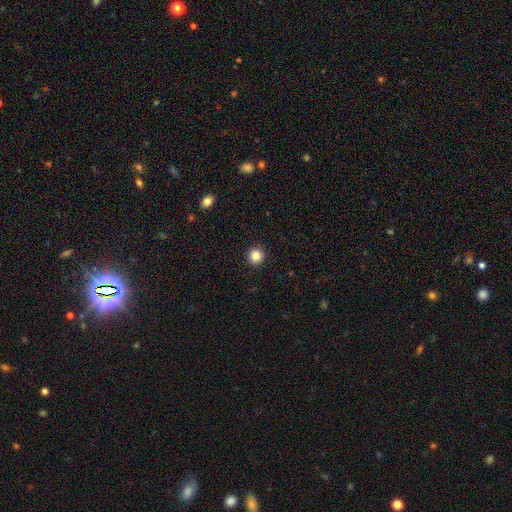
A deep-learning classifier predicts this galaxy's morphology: This appears to be a smooth galaxy with no disk features (85%) that is round (94%). Merging: none (93%).